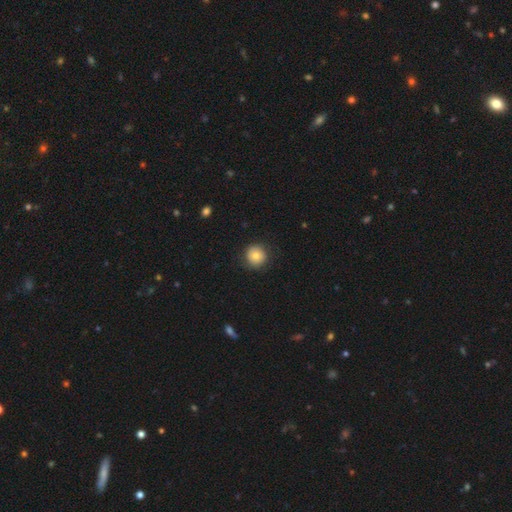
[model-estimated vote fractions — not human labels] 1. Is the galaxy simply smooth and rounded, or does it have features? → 78% smooth, 13% featured or disk, 9% star or artifact.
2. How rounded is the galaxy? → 93% round, 6% in between, 1% cigar-shaped.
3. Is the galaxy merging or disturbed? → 83% none, 12% minor disturbance, 4% major disturbance, 1% merger.